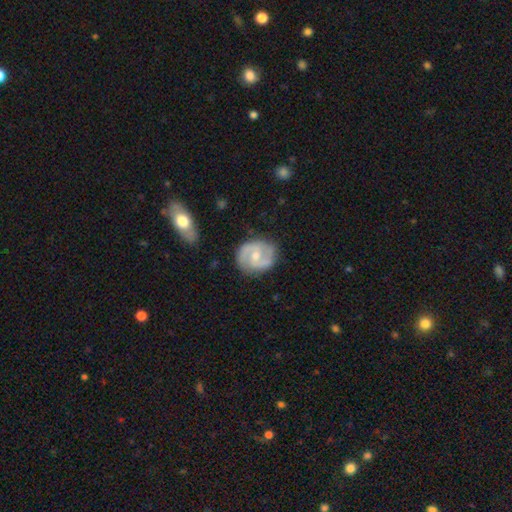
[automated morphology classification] A featured or disk galaxy (78%) with a weak bar (49%), 2 (89%) medium (53%) spiral arms (91%) and a moderate central bulge (57%). Merging: none (79%).